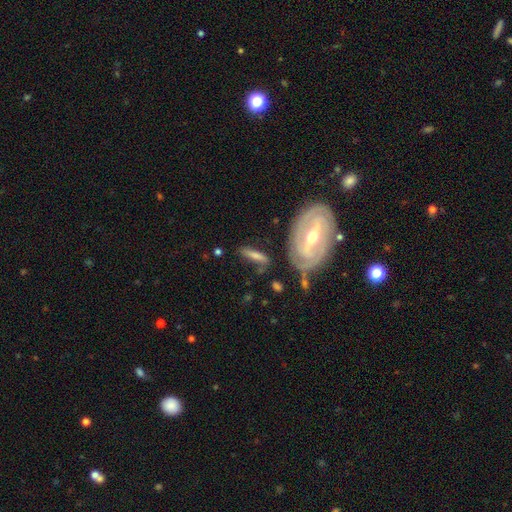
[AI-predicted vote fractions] Smooth or featured?
  - smooth: 54% *
  - featured or disk: 38%
  - star or artifact: 7%
How rounded?
  - cigar-shaped: 69% *
  - in between: 28%
  - round: 4%
Merging?
  - none: 67% *
  - minor disturbance: 19%
  - major disturbance: 7%
  - merger: 6%